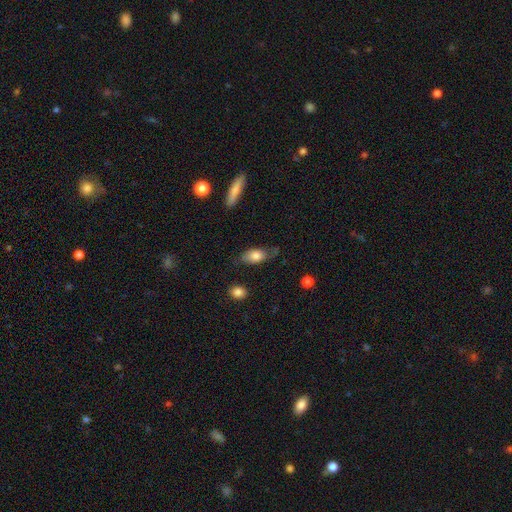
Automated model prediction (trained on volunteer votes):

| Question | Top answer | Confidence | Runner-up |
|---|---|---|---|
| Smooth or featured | smooth | 78% | featured or disk (16%) |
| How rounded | in between | 89% | cigar-shaped (6%) |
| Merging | none | 63% | minor disturbance (26%) |